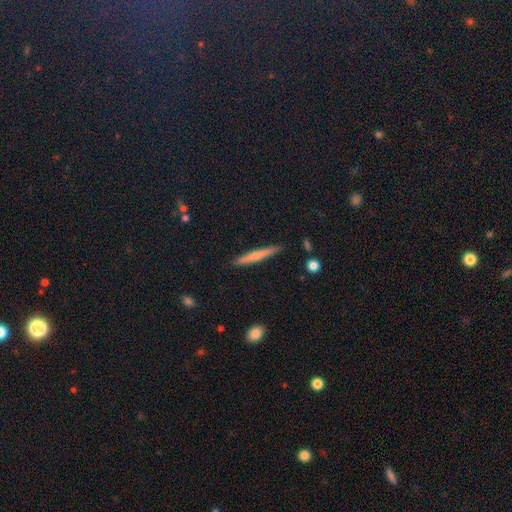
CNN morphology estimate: The model was most divided on "smooth or featured": smooth: 62%, featured or disk: 31%, star or artifact: 6%. More confident: how rounded — cigar-shaped (95%); merging — none (90%).